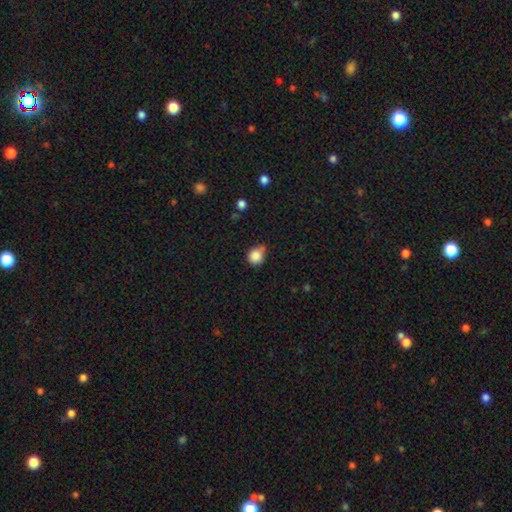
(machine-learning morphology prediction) This is clearly a smooth galaxy (86%). How rounded: clearly round (83%). Merging: possibly none (51%).